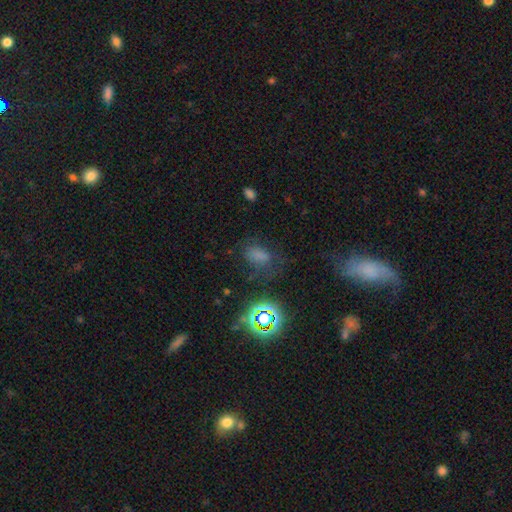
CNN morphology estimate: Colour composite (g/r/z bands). It shows a smooth galaxy with no disk features (46%). Merging: none (69%).